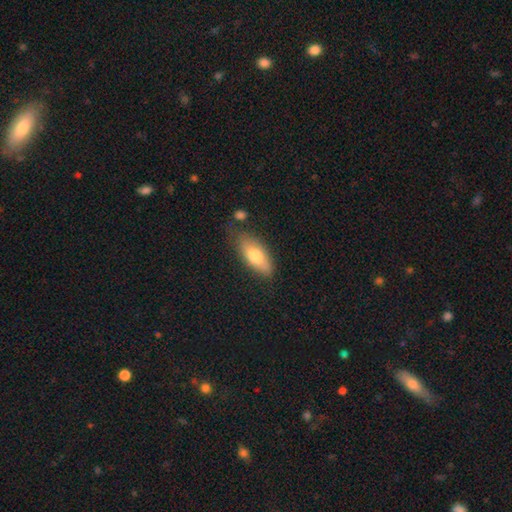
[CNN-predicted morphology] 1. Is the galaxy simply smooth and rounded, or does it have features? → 72% smooth, 22% featured or disk, 7% star or artifact.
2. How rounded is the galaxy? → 82% in between, 15% cigar-shaped, 3% round.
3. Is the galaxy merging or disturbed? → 68% none, 21% minor disturbance, 5% major disturbance, 5% merger.